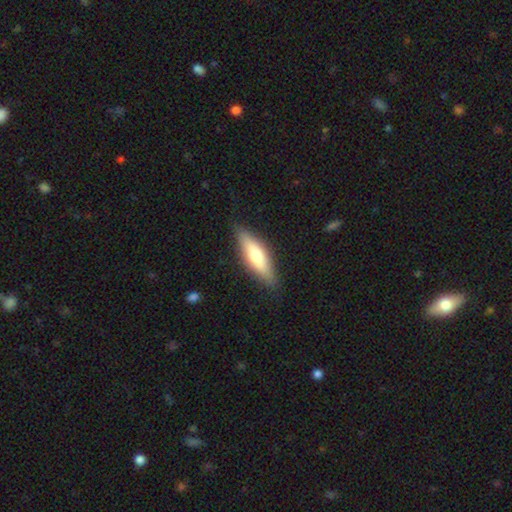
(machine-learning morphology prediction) smooth_or_featured: smooth (p=0.58) [alt: featured or disk p=0.37]
how_rounded: cigar-shaped (p=0.63) [alt: in between p=0.35]
merging: none (p=0.85) [alt: minor disturbance p=0.12]